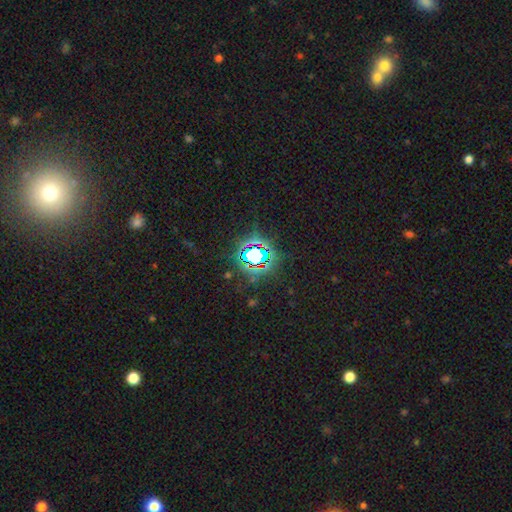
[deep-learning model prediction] star or artifact 75%, smooth 15%, featured or disk 10%.